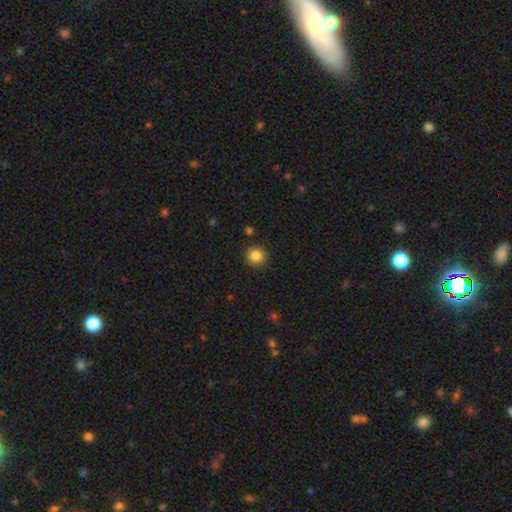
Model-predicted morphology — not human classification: This appears to be a smooth galaxy with no disk features (85%) that is round (91%). Merging: none (90%).